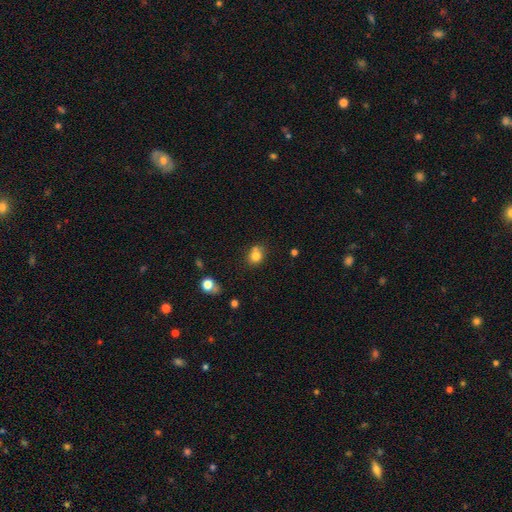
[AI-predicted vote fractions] A smooth galaxy with no disk features (78%) that is round (72%).

Vote fractions:
- Smooth or featured? smooth: 78% / star or artifact: 12% / featured or disk: 10%
- How rounded? round: 72% / in between: 27% / cigar-shaped: 1%
- Merging? none: 58% / merger: 21% / minor disturbance: 16% / major disturbance: 5%